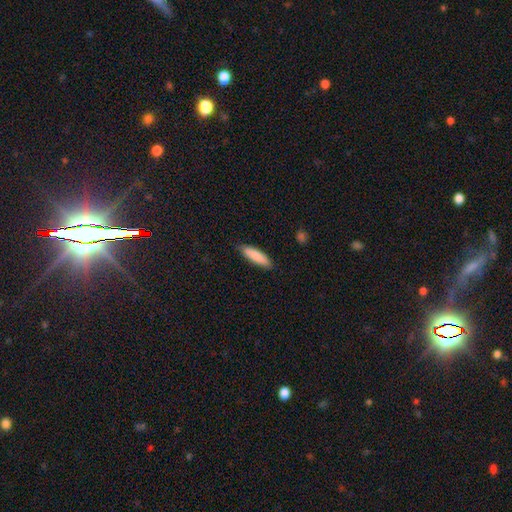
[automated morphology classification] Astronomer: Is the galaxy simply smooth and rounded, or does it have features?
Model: smooth — 85%.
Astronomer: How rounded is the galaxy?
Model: cigar-shaped — 63%.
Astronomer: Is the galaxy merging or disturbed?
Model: none — 84%.